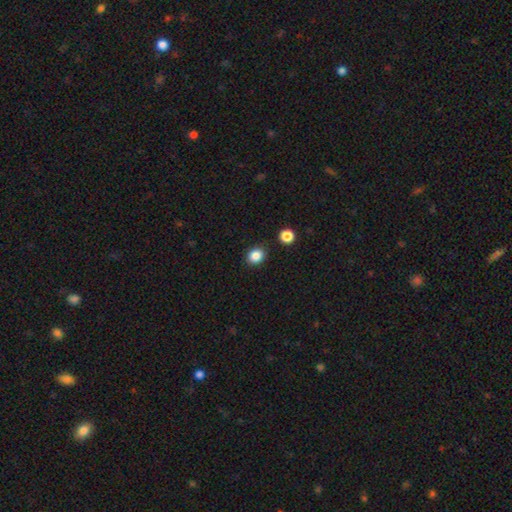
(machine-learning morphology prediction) This is clearly a smooth galaxy (85%). How rounded: likely round (65%). Merging: clearly none (87%).